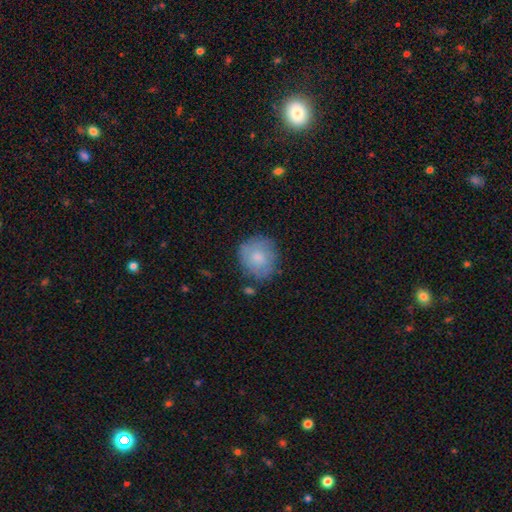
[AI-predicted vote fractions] The model was most divided on "smooth or featured": smooth: 75%, featured or disk: 19%, star or artifact: 7%. More confident: how rounded — round (85%); merging — none (75%).